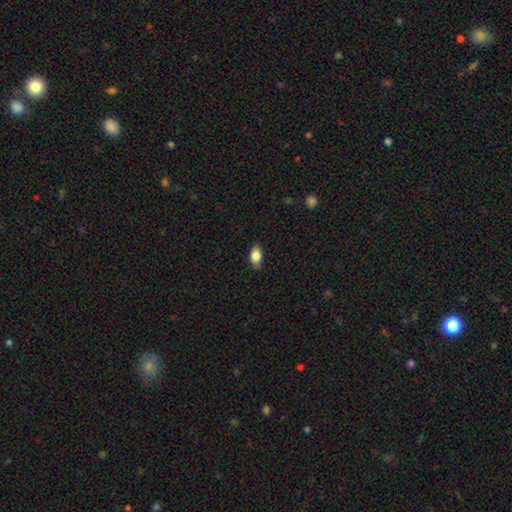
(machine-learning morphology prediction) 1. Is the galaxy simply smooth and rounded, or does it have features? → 82% smooth, 10% featured or disk, 7% star or artifact.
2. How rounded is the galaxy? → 89% in between, 7% round, 5% cigar-shaped.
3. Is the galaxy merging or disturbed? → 82% none, 14% minor disturbance, 2% major disturbance, 1% merger.